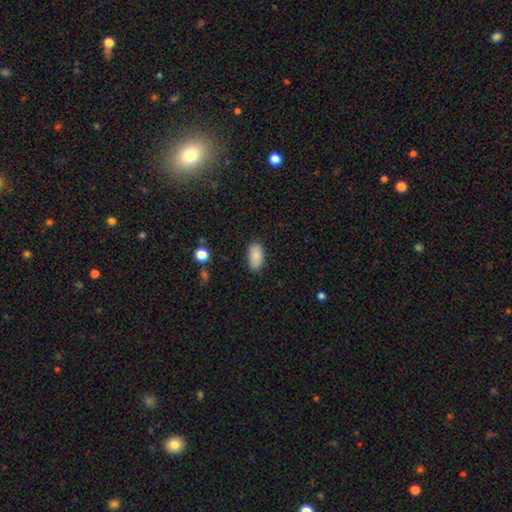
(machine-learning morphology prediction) The model was most divided on "merging": none: 85%, minor disturbance: 12%, major disturbance: 3%, merger: 1%. More confident: how rounded — in between (94%); smooth or featured — smooth (87%).